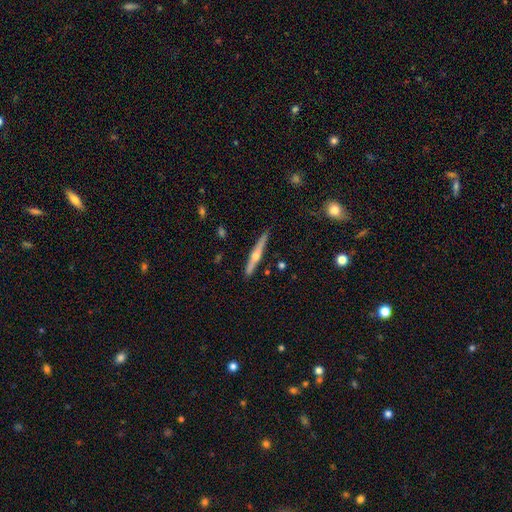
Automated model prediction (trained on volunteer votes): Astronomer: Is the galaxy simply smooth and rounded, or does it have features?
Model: featured or disk — 68%.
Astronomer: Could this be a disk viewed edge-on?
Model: yes — 98%.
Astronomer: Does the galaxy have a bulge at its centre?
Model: rounded — 90%.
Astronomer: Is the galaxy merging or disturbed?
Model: none — 87%.